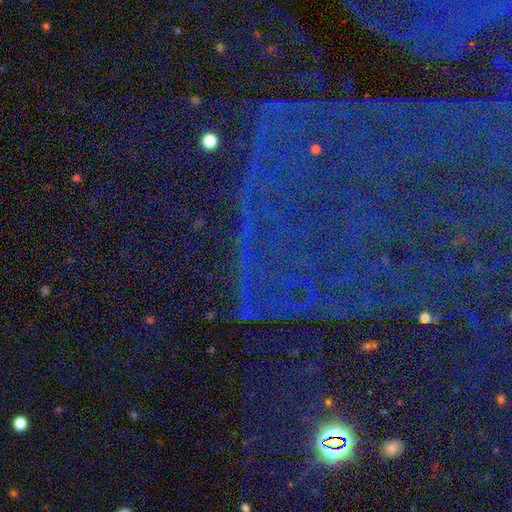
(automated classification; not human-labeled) The model was most divided on "smooth or featured": star or artifact: 87%, featured or disk: 7%, smooth: 6%.